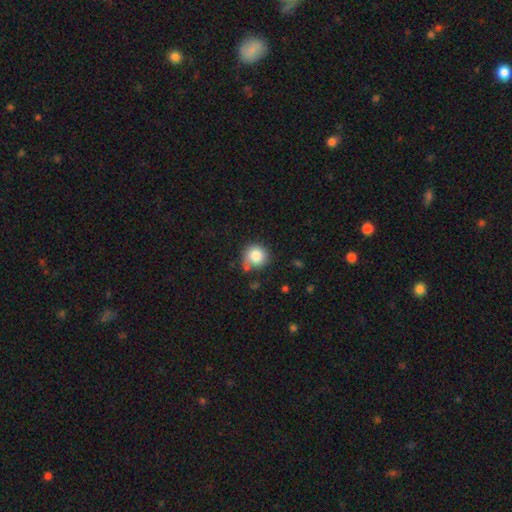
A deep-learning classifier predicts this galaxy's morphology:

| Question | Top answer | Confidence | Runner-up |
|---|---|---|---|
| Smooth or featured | smooth | 84% | star or artifact (10%) |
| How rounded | round | 91% | in between (8%) |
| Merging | none | 68% | minor disturbance (20%) |